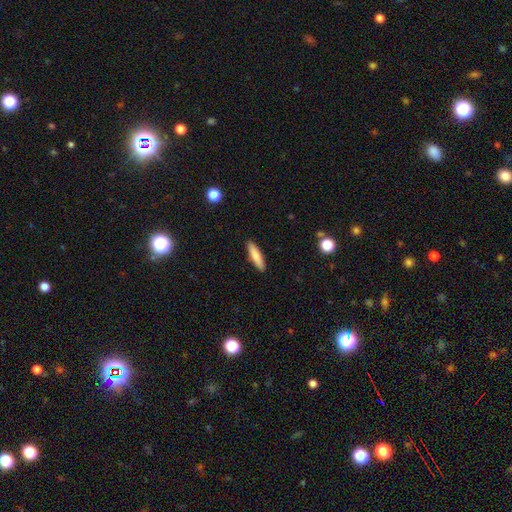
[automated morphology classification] smooth_or_featured: smooth (p=0.79) [alt: featured or disk p=0.15]
how_rounded: cigar-shaped (p=0.77) [alt: in between p=0.22]
merging: none (p=0.91) [alt: minor disturbance p=0.07]